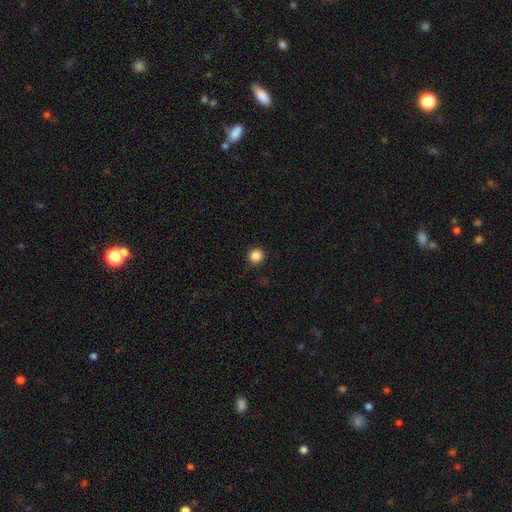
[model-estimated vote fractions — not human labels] Smooth or featured? smooth (86%)
How rounded? round (93%)
Merging? none (89%)